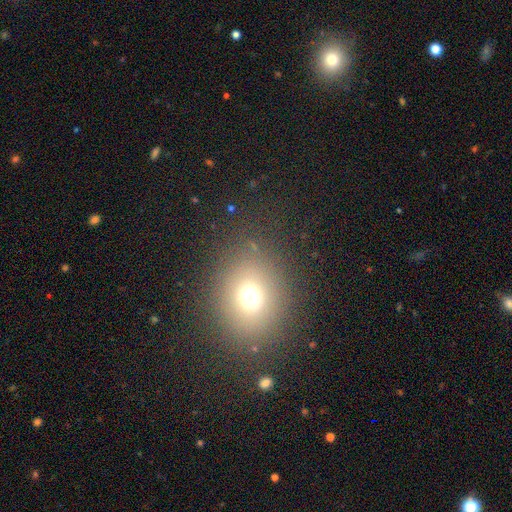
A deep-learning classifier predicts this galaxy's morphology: Smooth or featured? Predicted: smooth (p=0.69). How rounded? Predicted: round (p=0.61). Merging? Predicted: none (p=0.86).